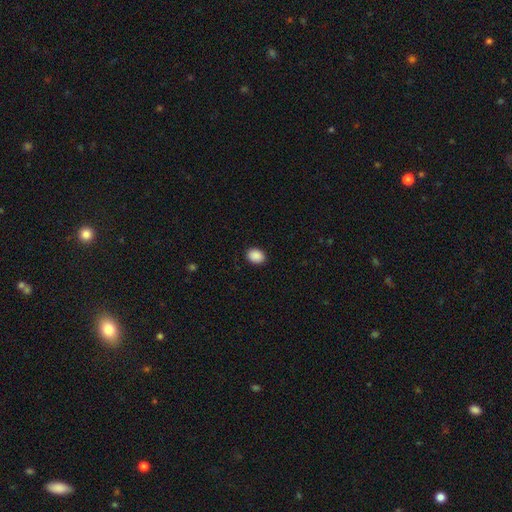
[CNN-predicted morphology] This appears to be a smooth galaxy with no disk features (90%) that is in between round and cigar-shaped (60%). Merging: none (90%).